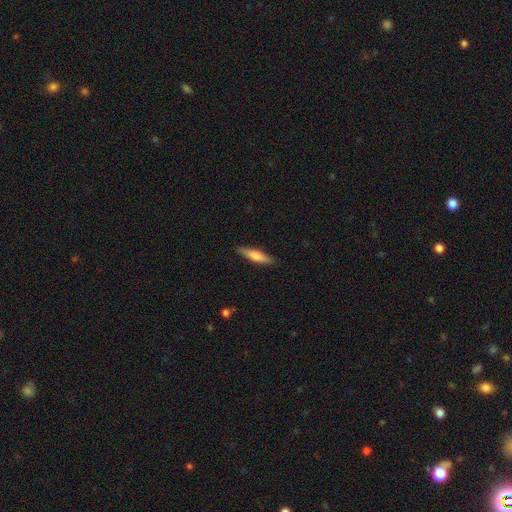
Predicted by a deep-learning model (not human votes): Q: Smooth or featured?
A: smooth (70%); runner-up: featured or disk (24%)
Q: How rounded?
A: cigar-shaped (76%); runner-up: in between (22%)
Q: Merging?
A: none (88%); runner-up: minor disturbance (9%)